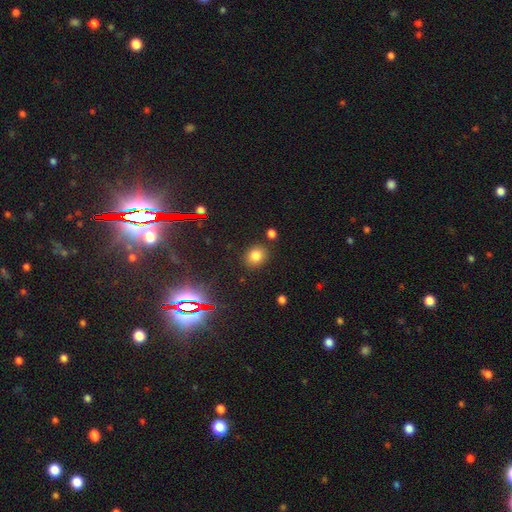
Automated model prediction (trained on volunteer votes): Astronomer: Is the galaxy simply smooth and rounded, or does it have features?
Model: smooth — 78%.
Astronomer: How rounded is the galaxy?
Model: round — 64%.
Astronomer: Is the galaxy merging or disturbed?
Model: none — 84%.